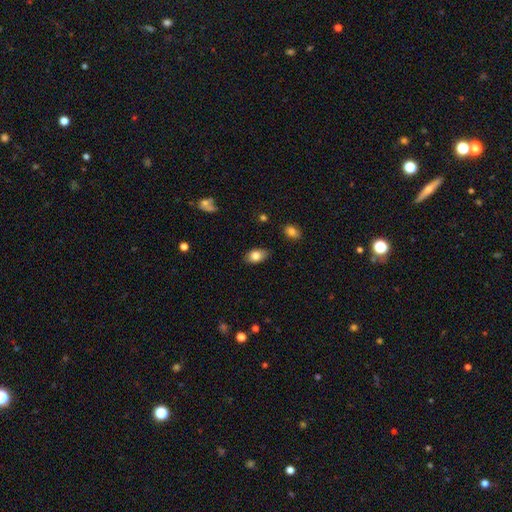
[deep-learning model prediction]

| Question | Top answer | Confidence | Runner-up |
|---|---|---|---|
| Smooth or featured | smooth | 83% | featured or disk (9%) |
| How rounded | in between | 88% | round (10%) |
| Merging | none | 83% | minor disturbance (13%) |